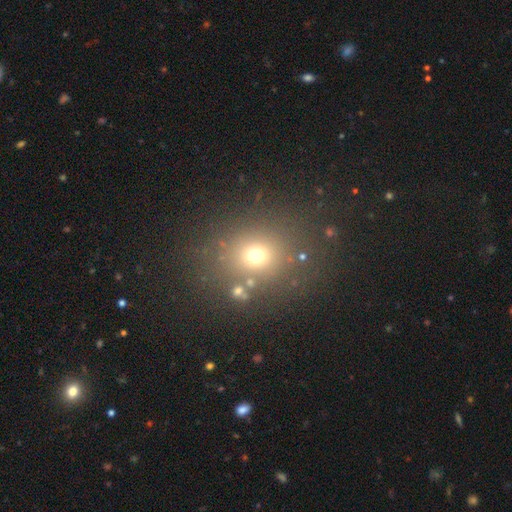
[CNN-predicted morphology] Smooth or featured? smooth (67%)
How rounded? round (75%)
Merging? none (78%)